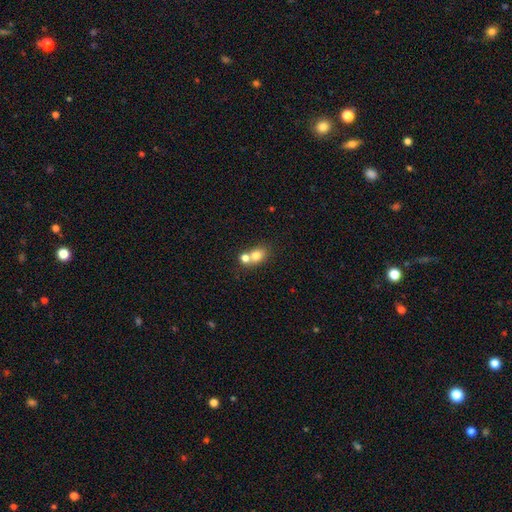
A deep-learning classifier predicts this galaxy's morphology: smooth_or_featured: smooth (p=0.75) [alt: featured or disk p=0.13]
how_rounded: round (p=0.51) [alt: in between p=0.48]
merging: merger (p=0.52) [alt: none p=0.38]